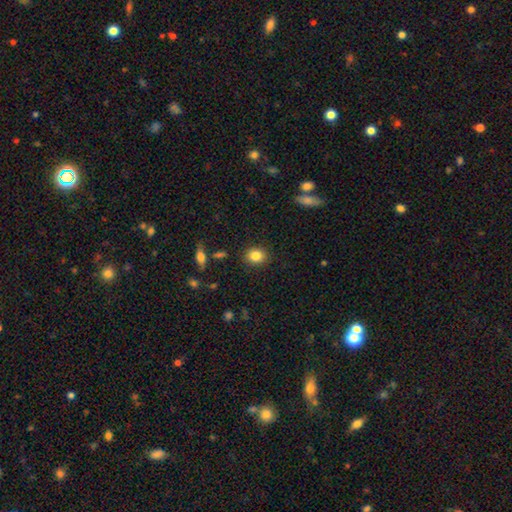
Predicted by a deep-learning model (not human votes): Morphology: type=smooth (84%); roundness=round (66%); merging=none (89%).